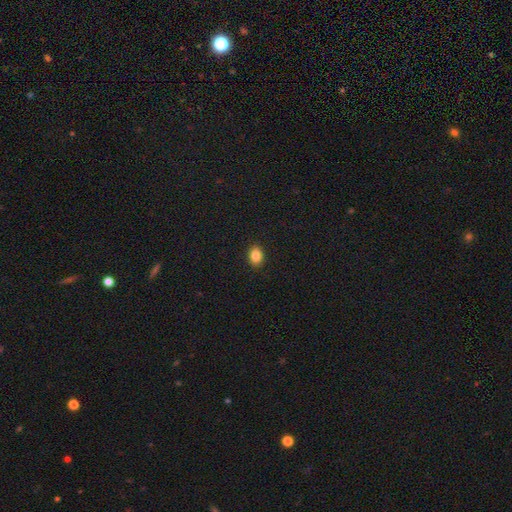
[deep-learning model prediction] A smooth galaxy with no disk features (85%) that is in between round and cigar-shaped (69%).

Vote fractions:
- Smooth or featured? smooth: 85% / star or artifact: 9% / featured or disk: 5%
- How rounded? in between: 69% / round: 30% / cigar-shaped: 1%
- Merging? none: 91% / minor disturbance: 7% / major disturbance: 2% / merger: 1%